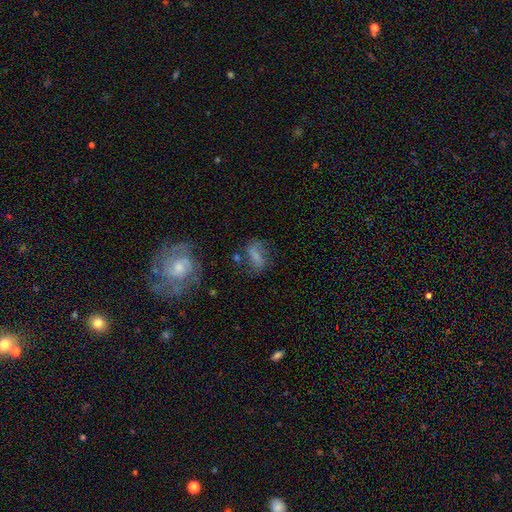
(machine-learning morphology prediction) smooth 63%, featured or disk 25%, star or artifact 12%. Down the decision tree: how rounded — in between (72%); merging — none (53%).